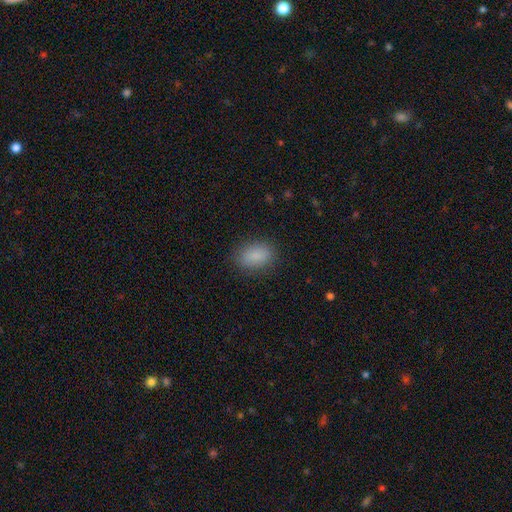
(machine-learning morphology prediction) Smooth or featured: smooth — 87% (star or artifact — 8%)
How rounded: in between — 86% (round — 12%)
Merging: none — 86% (minor disturbance — 10%)